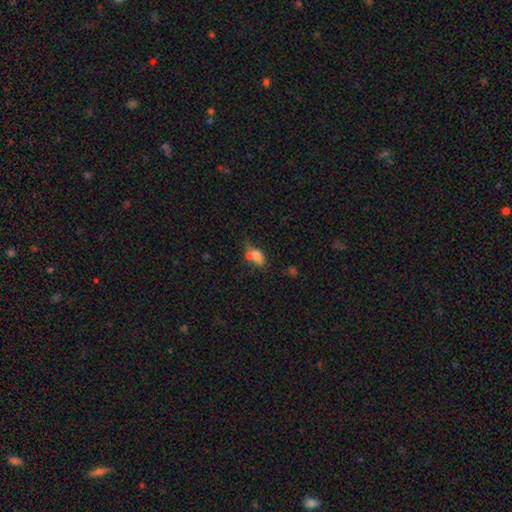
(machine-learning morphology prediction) Smooth or featured?
  - smooth: 70% *
  - featured or disk: 18%
  - star or artifact: 12%
How rounded?
  - in between: 78% *
  - round: 14%
  - cigar-shaped: 8%
Merging?
  - merger: 40% *
  - none: 31%
  - minor disturbance: 18%
  - major disturbance: 12%